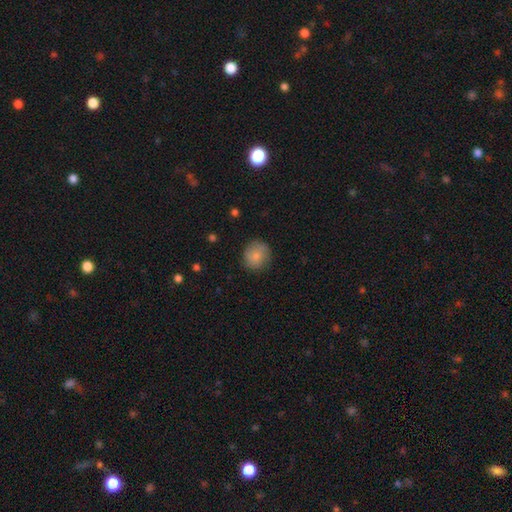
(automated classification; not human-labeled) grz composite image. It shows a smooth galaxy with no disk features (82%) that is round (85%). Merging: none (82%).